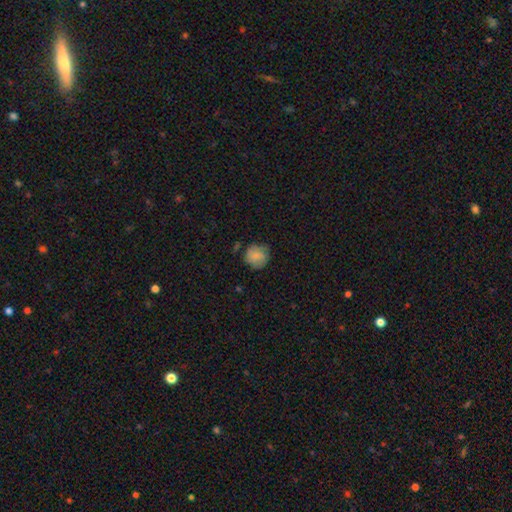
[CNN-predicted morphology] Smooth or featured? smooth (79%)
How rounded? round (87%)
Merging? none (71%)